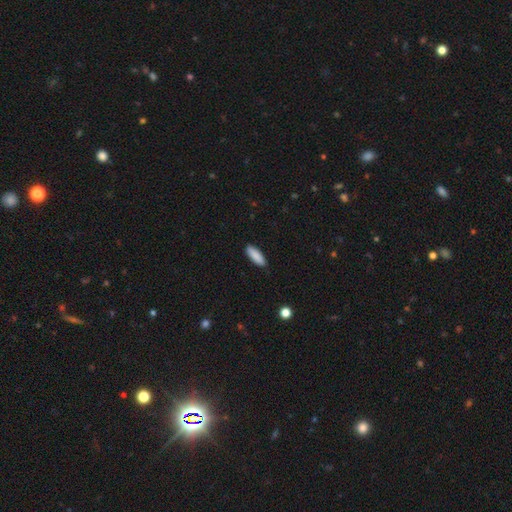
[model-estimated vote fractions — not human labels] This is clearly a smooth galaxy (89%). How rounded: possibly in between (56%). Merging: clearly none (88%).